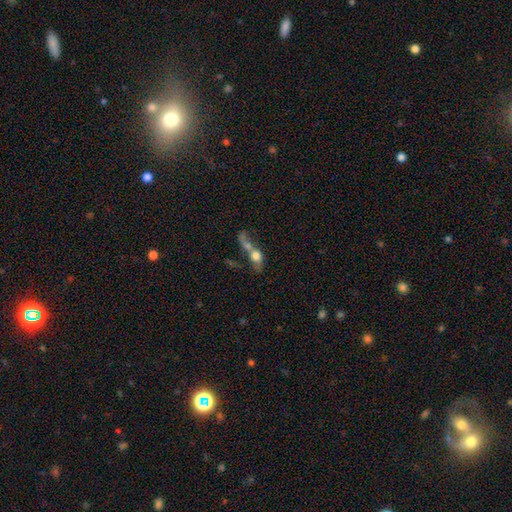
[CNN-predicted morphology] This appears to be a smooth galaxy with no disk features (53%) that is in between round and cigar-shaped (53%). Merging: merger (67%).